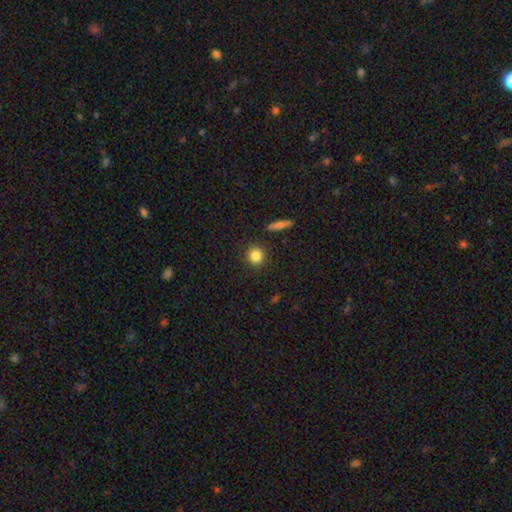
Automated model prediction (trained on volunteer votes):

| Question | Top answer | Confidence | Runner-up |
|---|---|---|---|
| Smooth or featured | smooth | 85% | star or artifact (10%) |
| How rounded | round | 87% | in between (11%) |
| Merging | none | 90% | minor disturbance (6%) |